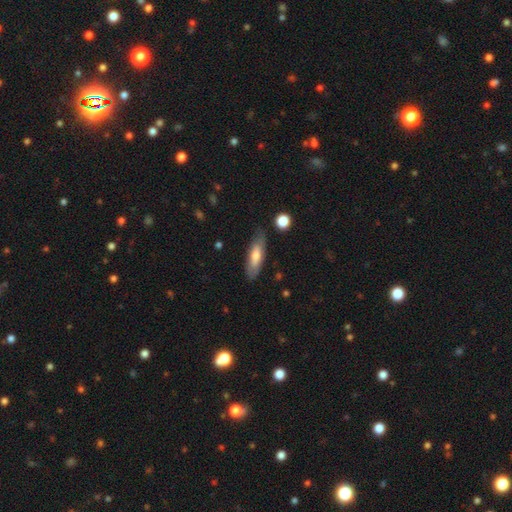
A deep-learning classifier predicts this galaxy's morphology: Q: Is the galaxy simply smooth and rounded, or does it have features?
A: smooth — 61%.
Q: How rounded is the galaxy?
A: cigar-shaped — 50%.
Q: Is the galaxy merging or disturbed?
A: none — 79%.